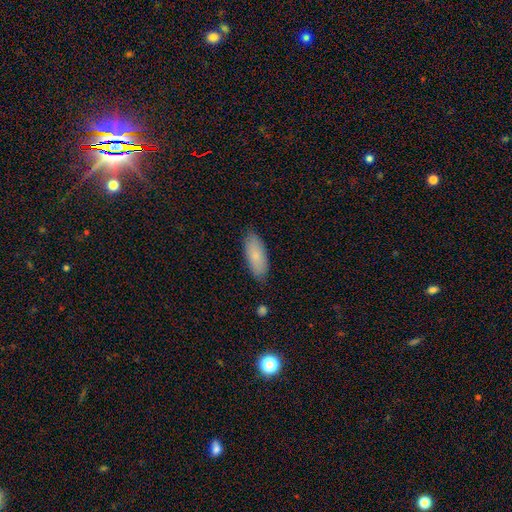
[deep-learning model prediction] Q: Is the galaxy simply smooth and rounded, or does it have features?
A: smooth — 82%.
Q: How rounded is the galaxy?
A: in between — 78%.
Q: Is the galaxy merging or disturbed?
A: none — 85%.